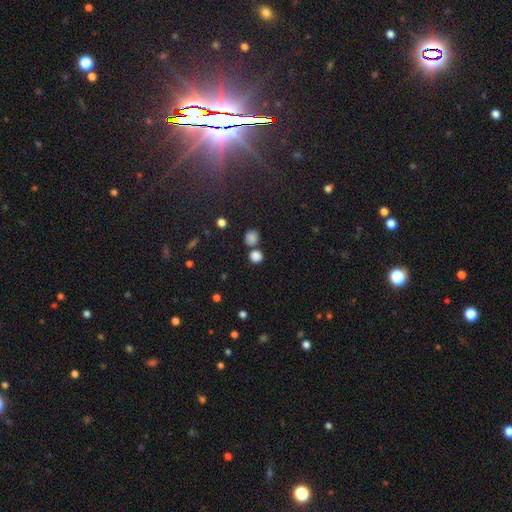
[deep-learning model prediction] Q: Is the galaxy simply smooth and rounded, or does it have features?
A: smooth — 82%.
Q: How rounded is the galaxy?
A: round — 83%.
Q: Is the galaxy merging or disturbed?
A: none — 65%.